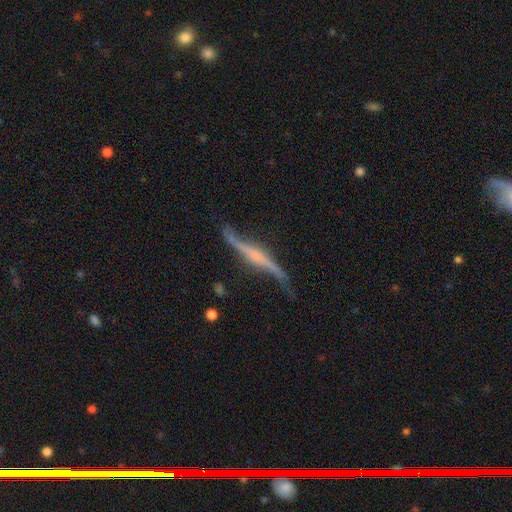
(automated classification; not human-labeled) Smooth or featured? featured or disk (81%)
Edge-on disk? yes (74%)
Edge-on bulge? rounded (45%)
Merging? none (58%)